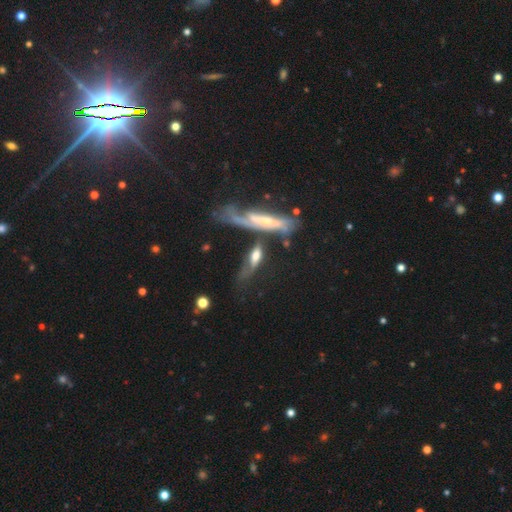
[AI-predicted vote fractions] Overall: featured or disk (52%; smooth 40%). Edge-on disk: yes (57%; no 43%). Merging: merger (33%; none 30%).